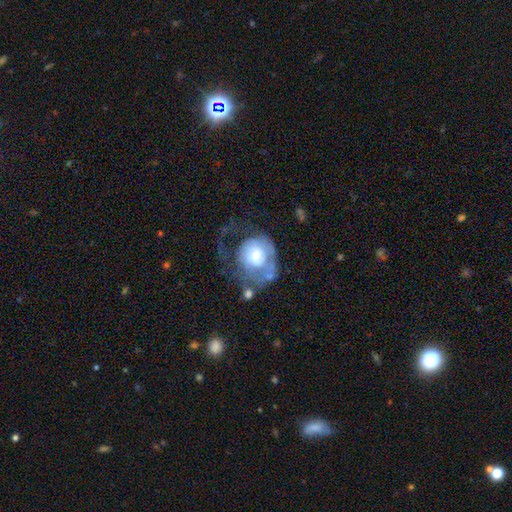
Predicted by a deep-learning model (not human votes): Smooth or featured?
  - featured or disk: 51% *
  - smooth: 41%
  - star or artifact: 7%
Edge-on disk?
  - no: 97% *
  - yes: 3%
Merging?
  - major disturbance: 51% *
  - none: 22%
  - minor disturbance: 18%
  - merger: 9%